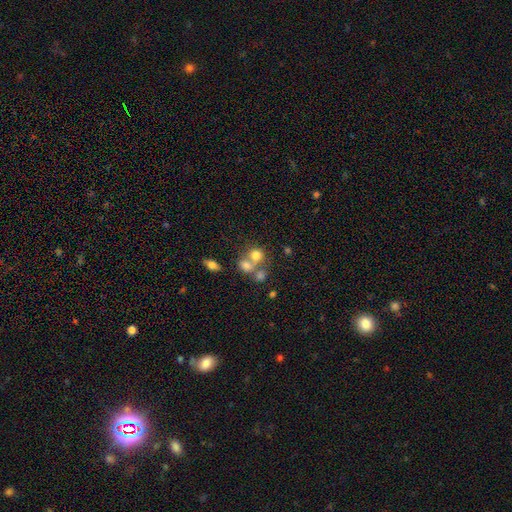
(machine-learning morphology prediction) Smooth or featured?
  - smooth: 70% *
  - featured or disk: 16%
  - star or artifact: 14%
How rounded?
  - round: 76% *
  - in between: 23%
  - cigar-shaped: 1%
Merging?
  - merger: 47% *
  - none: 39%
  - minor disturbance: 8%
  - major disturbance: 5%